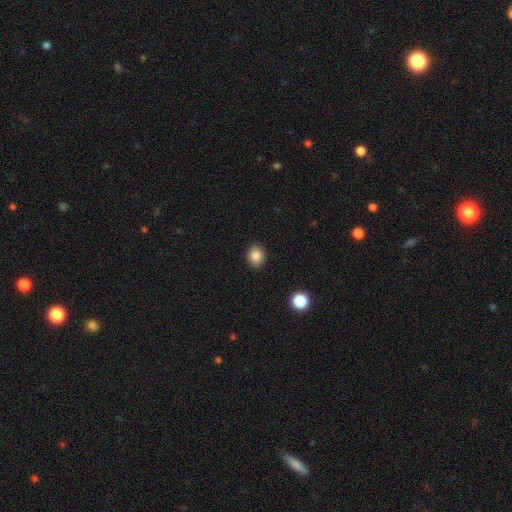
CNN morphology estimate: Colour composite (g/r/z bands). It shows a smooth galaxy with no disk features (85%) that is round (63%). Merging: none (91%).